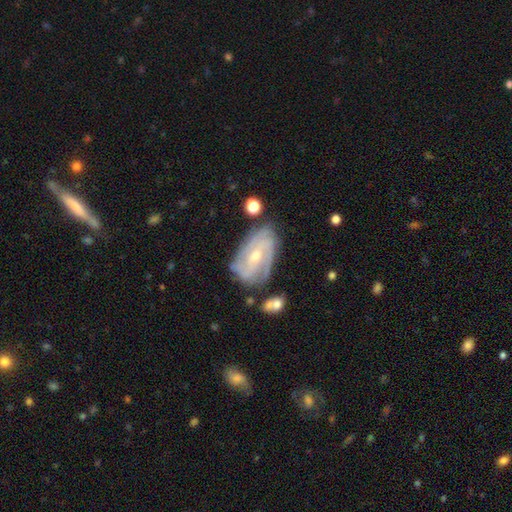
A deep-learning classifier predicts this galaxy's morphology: smooth-or-featured: featured or disk: 82% | smooth: 12% | star or artifact: 6%
  disk-edge-on: no: 95% | yes: 5%
    bar: no: 44% | weak: 40% | strong: 15%
    has-spiral-arms: yes: 92% | no: 8%
      spiral-winding: tight: 57% | medium: 33% | loose: 11%
      spiral-arm-count: can't tell: 31% | 2: 24% | 3: 23% | 4: 13% | more than 4: 4% | 1: 4%
    bulge-size: small: 59% | moderate: 38% | large: 1% | none: 1% | dominant: 1%
  merging: none: 65% | minor disturbance: 22% | major disturbance: 8% | merger: 5%